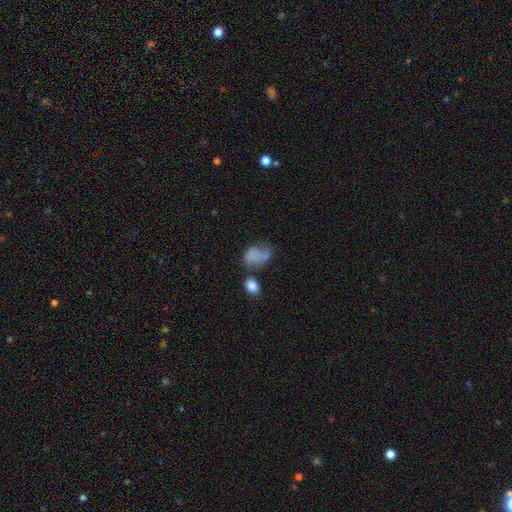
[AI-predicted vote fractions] The model was most divided on "merging": none: 30%, major disturbance: 27%, minor disturbance: 24%, merger: 18%. More confident: how rounded — in between (77%); smooth or featured — smooth (63%).